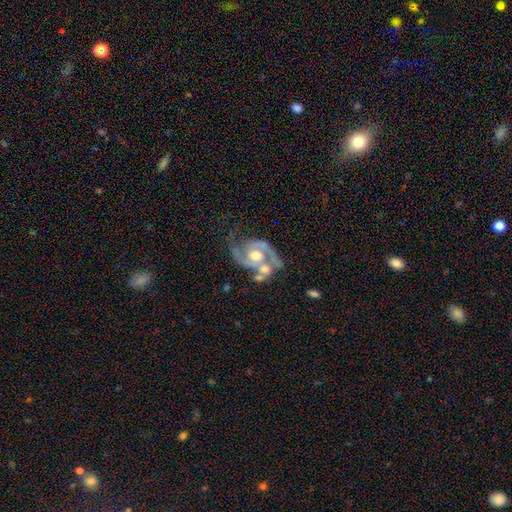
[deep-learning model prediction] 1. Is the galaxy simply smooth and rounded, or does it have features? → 89% featured or disk, 6% smooth, 5% star or artifact.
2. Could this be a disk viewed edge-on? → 98% no, 2% yes.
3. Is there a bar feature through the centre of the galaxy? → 55% no, 34% weak, 11% strong.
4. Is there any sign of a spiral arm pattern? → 96% yes, 4% no.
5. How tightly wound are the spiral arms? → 52% medium, 33% tight, 15% loose.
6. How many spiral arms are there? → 84% 2, 5% can't tell, 5% 1, 4% 3, 1% 4, 1% more than 4.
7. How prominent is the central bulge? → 74% moderate, 13% small, 10% large, 2% none, 1% dominant.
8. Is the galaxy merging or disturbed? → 39% none, 28% merger, 19% minor disturbance, 14% major disturbance.